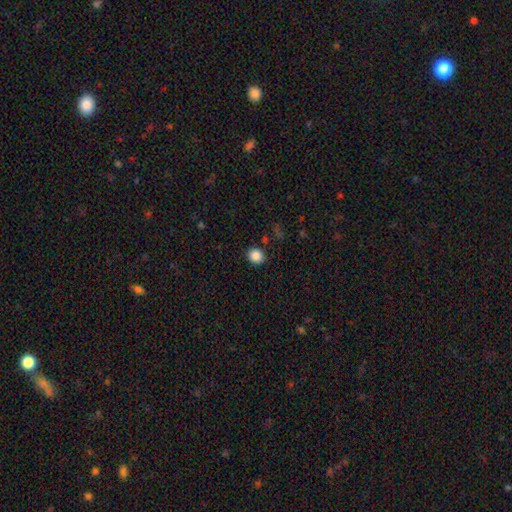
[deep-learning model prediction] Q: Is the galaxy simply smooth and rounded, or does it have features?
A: smooth — 87%.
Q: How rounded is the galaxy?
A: round — 71%.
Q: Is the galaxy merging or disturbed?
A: none — 88%.